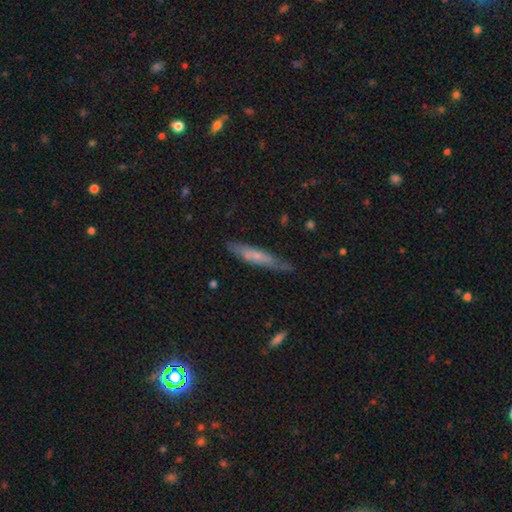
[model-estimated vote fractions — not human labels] This is possibly a smooth galaxy (55%). How rounded: clearly cigar-shaped (87%). Merging: likely none (69%).